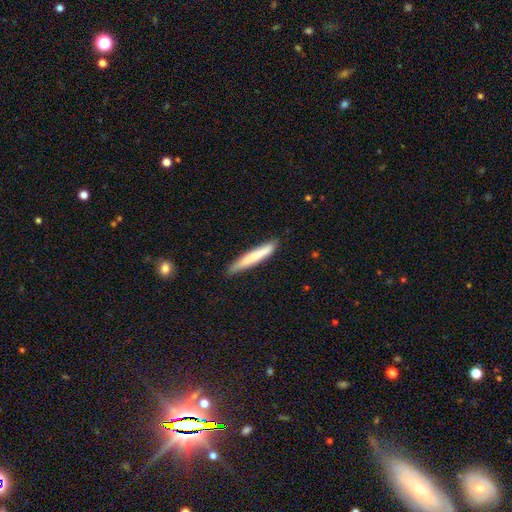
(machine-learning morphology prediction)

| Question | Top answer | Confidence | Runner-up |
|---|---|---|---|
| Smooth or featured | smooth | 72% | featured or disk (23%) |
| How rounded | cigar-shaped | 95% | in between (4%) |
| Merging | none | 85% | minor disturbance (12%) |